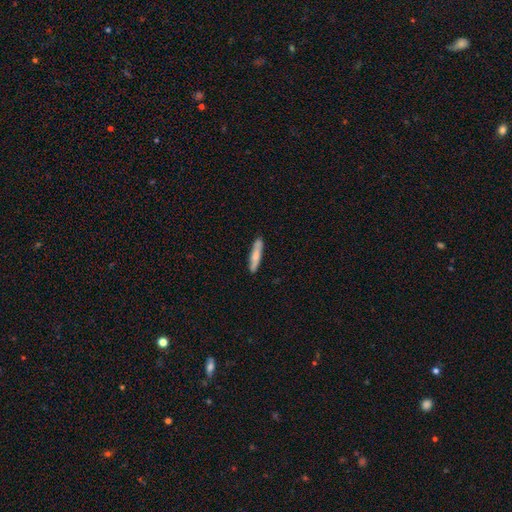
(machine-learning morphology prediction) This appears to be a smooth galaxy with no disk features (70%) that is cigar-shaped (88%). Merging: none (86%).